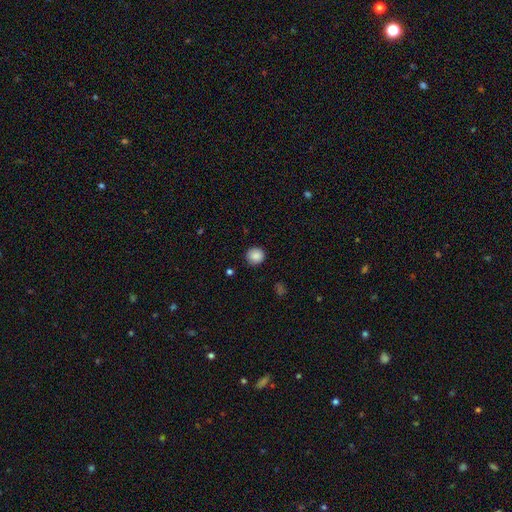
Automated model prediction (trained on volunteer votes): Smooth or featured? Predicted: smooth (p=0.88). How rounded? Predicted: round (p=0.92). Merging? Predicted: none (p=0.90).